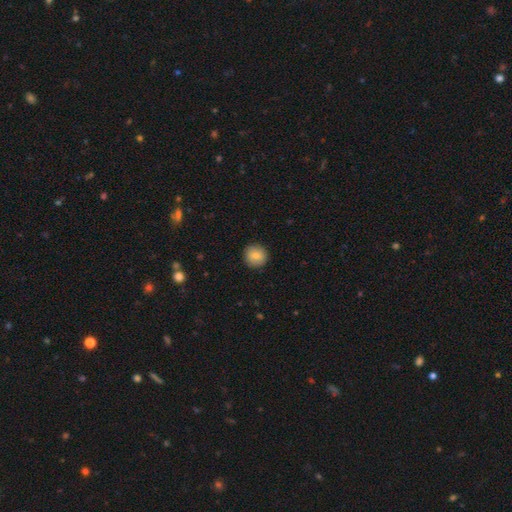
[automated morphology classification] Smooth or featured: smooth — 81% (featured or disk — 11%)
How rounded: round — 94% (in between — 5%)
Merging: none — 91% (minor disturbance — 7%)